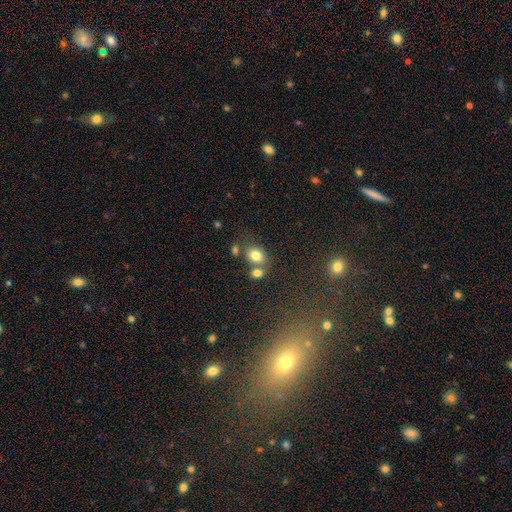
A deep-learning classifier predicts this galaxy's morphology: type=smooth (79%); roundness=in between (55%); merging=none (53%).